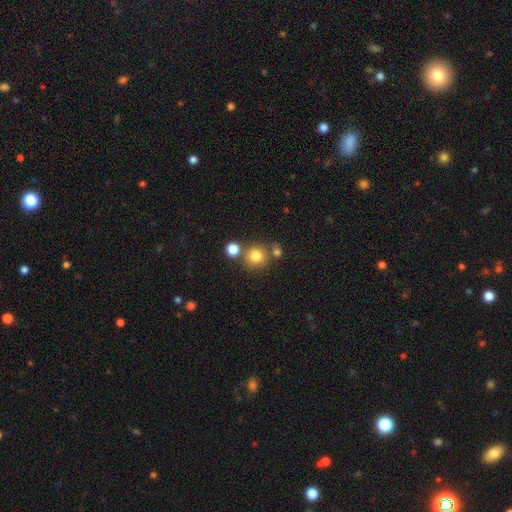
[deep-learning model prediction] Morphology: type=smooth (79%); roundness=round (90%); merging=none (70%).